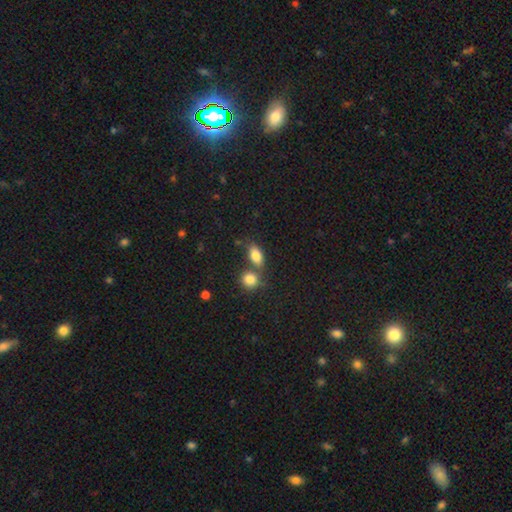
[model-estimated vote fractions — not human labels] A smooth galaxy with no disk features (82%) that is in between round and cigar-shaped (83%). Merging: none (54%).